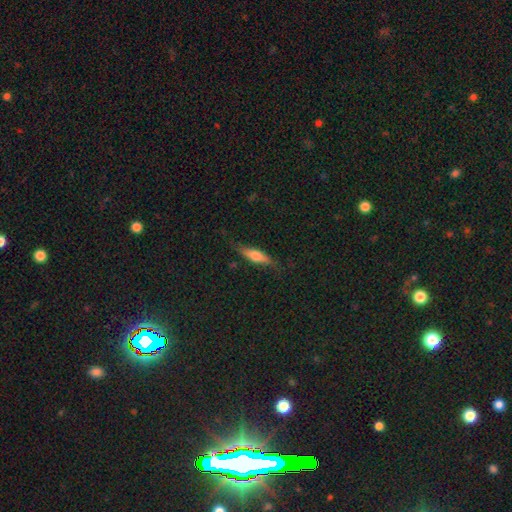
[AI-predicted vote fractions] The model was most divided on "how rounded": cigar-shaped: 59%, in between: 38%, round: 3%. More confident: merging — none (76%); smooth or featured — smooth (57%).